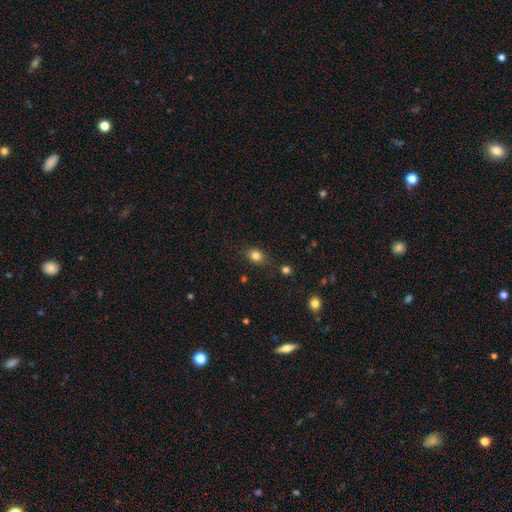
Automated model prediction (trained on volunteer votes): Morphology: type=smooth (82%); roundness=in between (52%); merging=none (78%).